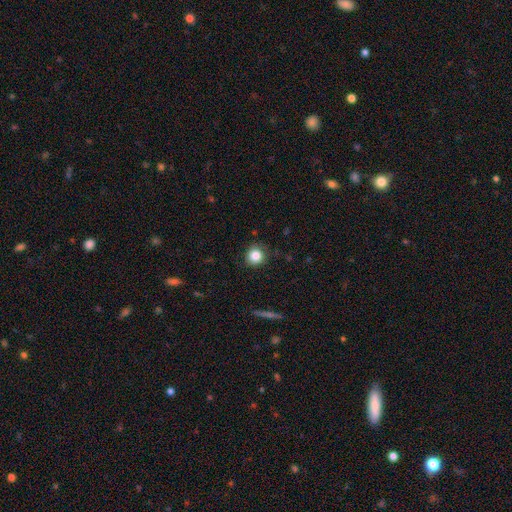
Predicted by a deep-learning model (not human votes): A smooth galaxy with no disk features (84%) that is round (90%). Merging: none (85%).